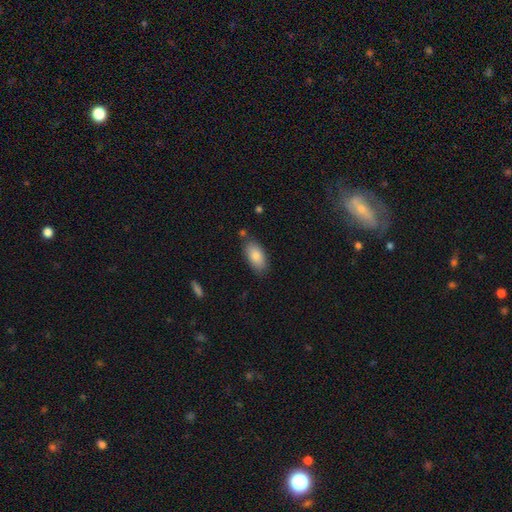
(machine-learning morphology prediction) Smooth or featured: smooth — 82% (featured or disk — 11%)
How rounded: in between — 92% (cigar-shaped — 4%)
Merging: none — 78% (minor disturbance — 15%)